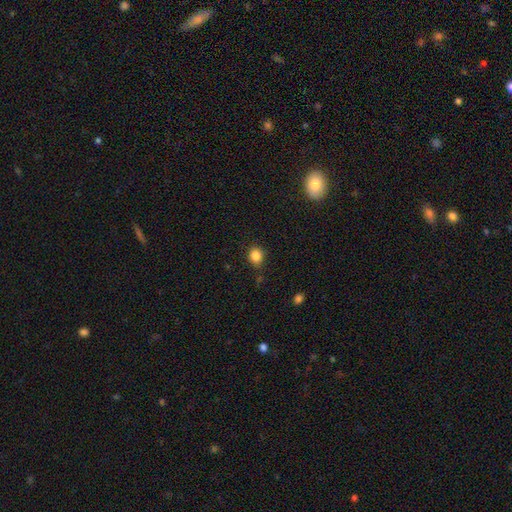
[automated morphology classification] smooth_or_featured: smooth (p=0.85) [alt: star or artifact p=0.11]
how_rounded: round (p=0.68) [alt: in between p=0.31]
merging: none (p=0.81) [alt: minor disturbance p=0.14]